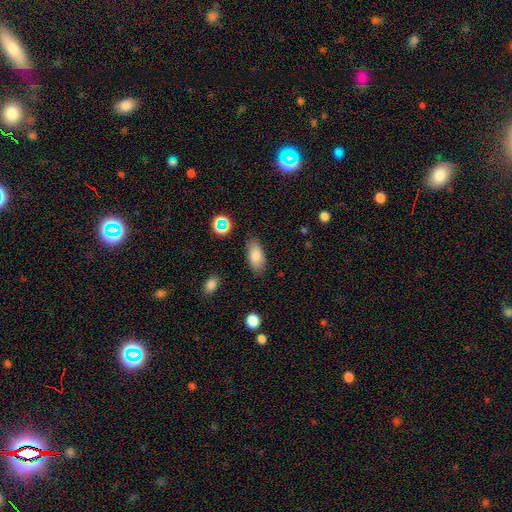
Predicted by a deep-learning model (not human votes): A smooth galaxy with no disk features (82%) that is in between round and cigar-shaped (89%). Merging: none (83%).